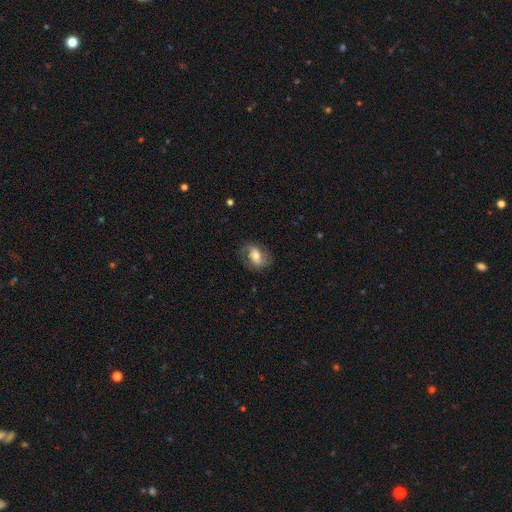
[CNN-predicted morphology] Smooth or featured? featured or disk (47%)
Merging? none (71%)